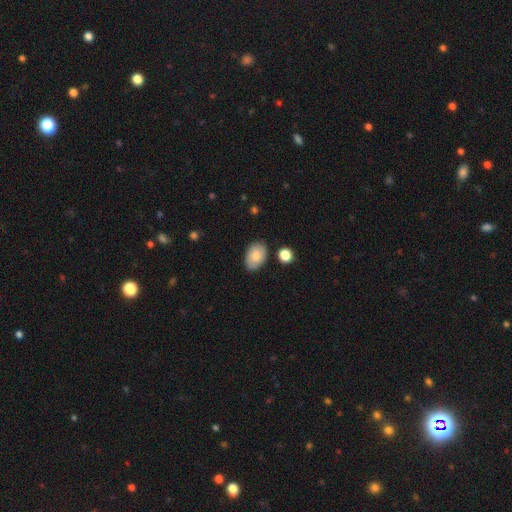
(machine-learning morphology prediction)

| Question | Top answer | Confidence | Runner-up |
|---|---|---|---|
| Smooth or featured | smooth | 82% | featured or disk (11%) |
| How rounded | in between | 88% | round (10%) |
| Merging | none | 80% | minor disturbance (14%) |